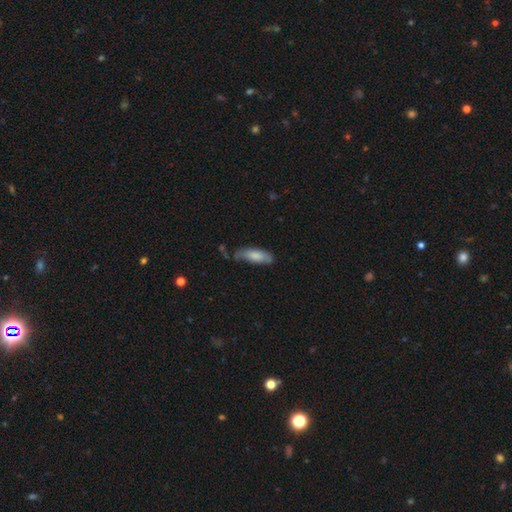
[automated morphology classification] This is likely a smooth galaxy (79%). How rounded: likely in between (65%). Merging: possibly none (57%).